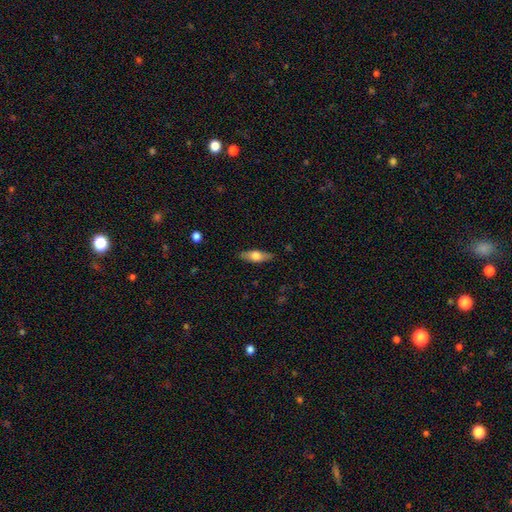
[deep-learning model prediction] Smooth or featured?
  - smooth: 62% *
  - featured or disk: 32%
  - star or artifact: 6%
How rounded?
  - in between: 62% *
  - cigar-shaped: 35%
  - round: 3%
Merging?
  - none: 84% *
  - minor disturbance: 12%
  - major disturbance: 3%
  - merger: 1%